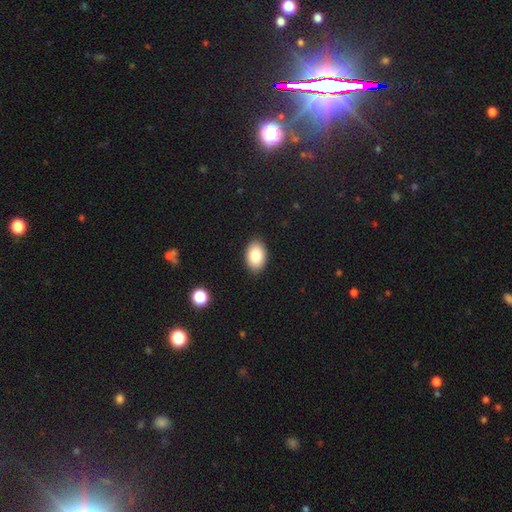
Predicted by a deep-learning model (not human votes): Smooth or featured: smooth — 85% (star or artifact — 7%)
How rounded: in between — 88% (round — 11%)
Merging: none — 88% (minor disturbance — 9%)